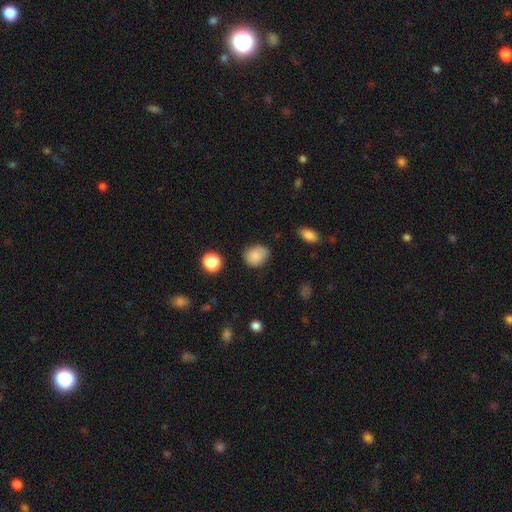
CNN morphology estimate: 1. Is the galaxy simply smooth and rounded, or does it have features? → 84% smooth, 9% star or artifact, 7% featured or disk.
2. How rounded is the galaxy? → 54% round, 45% in between, 1% cigar-shaped.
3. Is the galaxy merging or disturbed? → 77% none, 17% minor disturbance, 4% major disturbance, 2% merger.